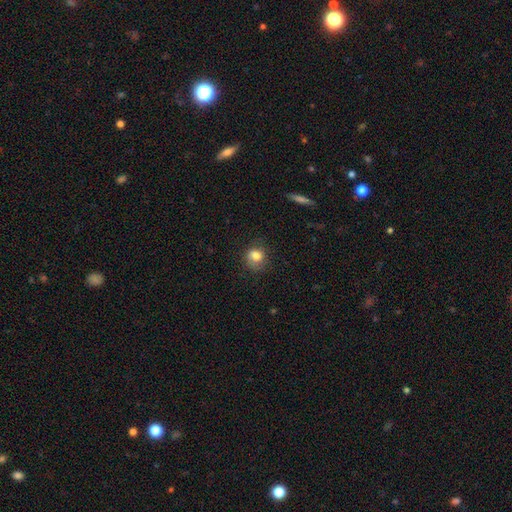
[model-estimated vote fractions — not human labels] A smooth galaxy with no disk features (81%) that is round (73%). Merging: none (68%).